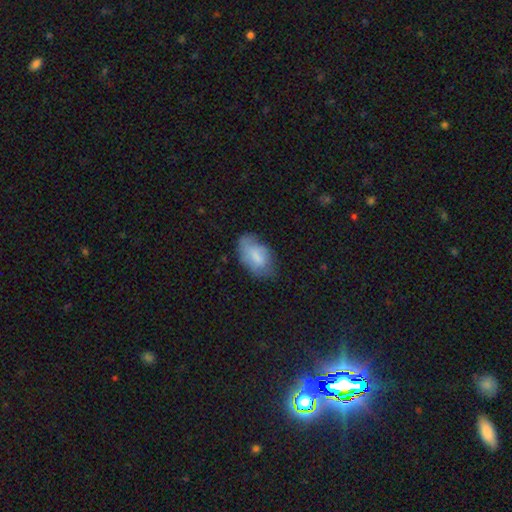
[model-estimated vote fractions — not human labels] A smooth galaxy with no disk features (68%) that is in between round and cigar-shaped (92%).

Vote fractions:
- Smooth or featured? smooth: 68% / featured or disk: 25% / star or artifact: 7%
- How rounded? in between: 92% / round: 6% / cigar-shaped: 2%
- Merging? none: 53% / minor disturbance: 33% / major disturbance: 12% / merger: 2%